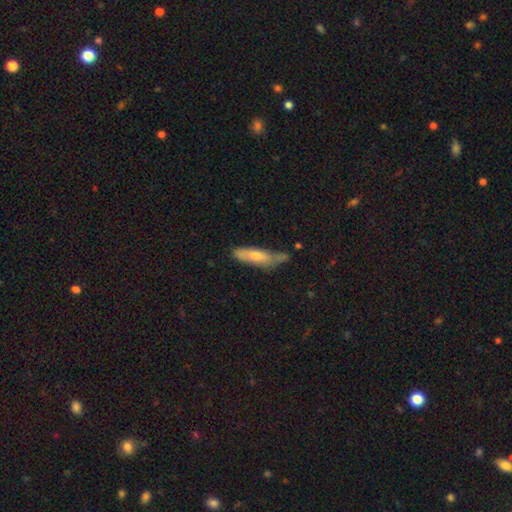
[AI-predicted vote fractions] This appears to be a smooth galaxy with no disk features (60%) that is cigar-shaped (70%). Merging: none (53%).